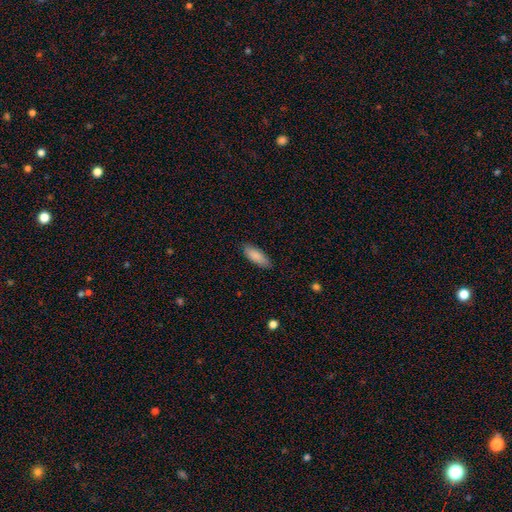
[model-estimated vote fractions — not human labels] smooth_or_featured: smooth (p=0.88) [alt: featured or disk p=0.07]
how_rounded: in between (p=0.70) [alt: cigar-shaped p=0.29]
merging: none (p=0.86) [alt: minor disturbance p=0.11]